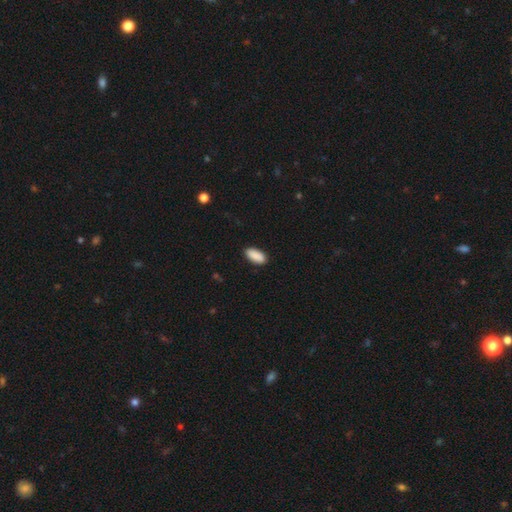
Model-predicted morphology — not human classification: Q: Smooth or featured?
A: smooth (91%); runner-up: star or artifact (6%)
Q: How rounded?
A: in between (89%); runner-up: cigar-shaped (9%)
Q: Merging?
A: none (88%); runner-up: minor disturbance (9%)